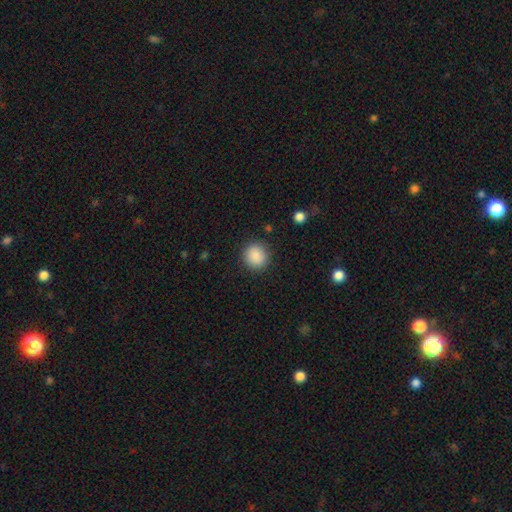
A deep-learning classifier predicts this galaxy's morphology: smooth 88%, star or artifact 8%, featured or disk 3%. Down the decision tree: how rounded — round (89%); merging — none (89%).